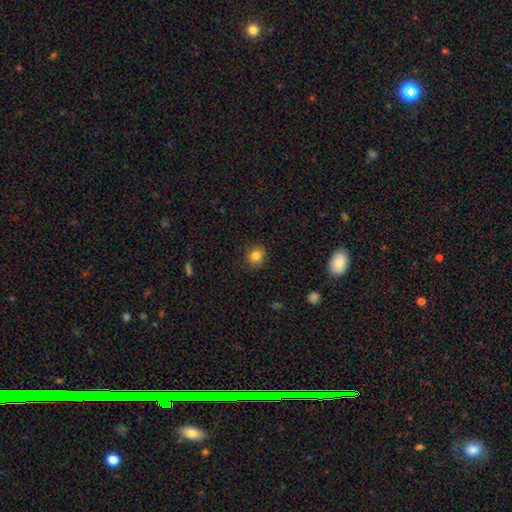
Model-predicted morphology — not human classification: Smooth or featured?
  - smooth: 83% *
  - star or artifact: 11%
  - featured or disk: 5%
How rounded?
  - round: 85% *
  - in between: 14%
  - cigar-shaped: 1%
Merging?
  - none: 89% *
  - minor disturbance: 8%
  - major disturbance: 2%
  - merger: 1%